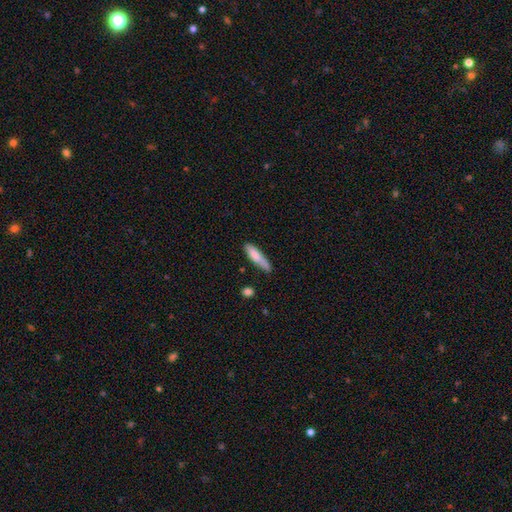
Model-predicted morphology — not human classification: type=smooth (79%); roundness=cigar-shaped (74%); merging=none (60%).